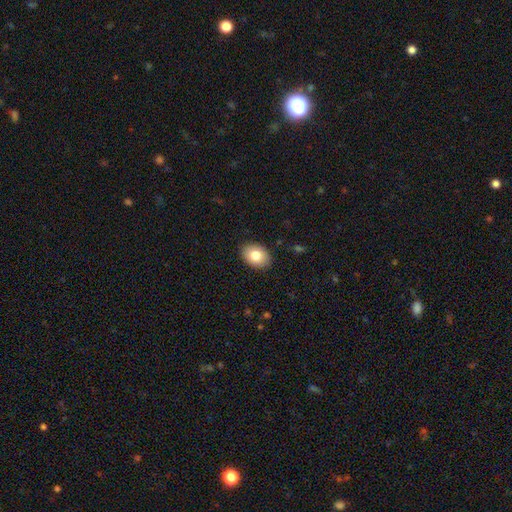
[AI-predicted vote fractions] A smooth galaxy with no disk features (81%) that is in between round and cigar-shaped (77%). Merging: none (89%).